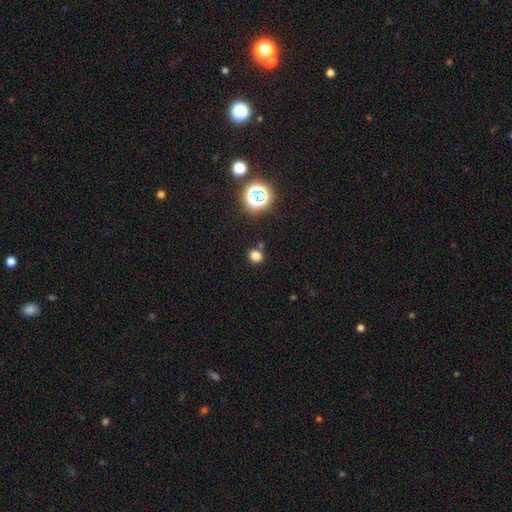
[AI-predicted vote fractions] smooth_or_featured: smooth (p=0.74) [alt: star or artifact p=0.21]
how_rounded: round (p=0.81) [alt: in between p=0.18]
merging: none (p=0.79) [alt: merger p=0.10]